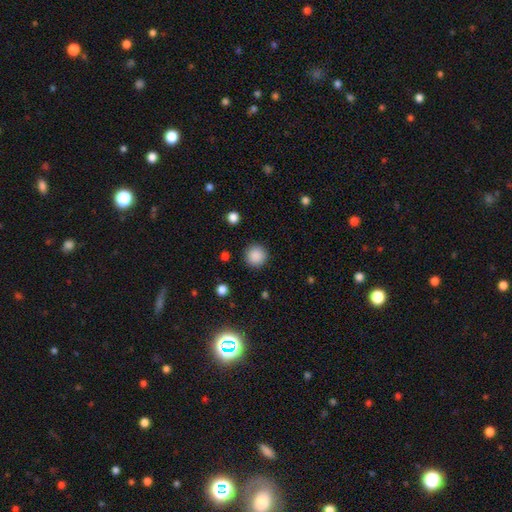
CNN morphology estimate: type=smooth (87%); roundness=round (95%); merging=none (90%).